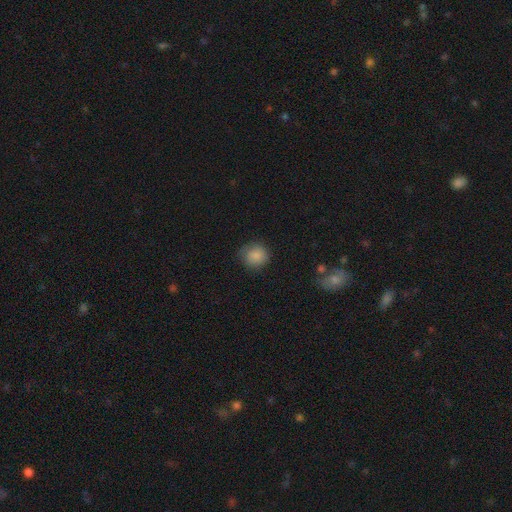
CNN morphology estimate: This appears to be a smooth galaxy with no disk features (85%) that is round (85%). Merging: none (75%).